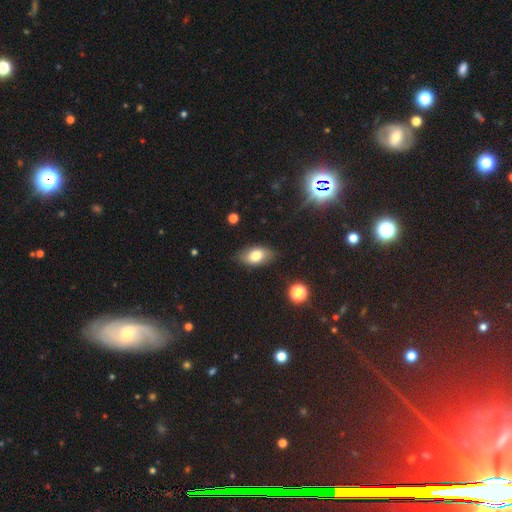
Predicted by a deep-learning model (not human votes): The model was most divided on "smooth or featured": smooth: 76%, featured or disk: 15%, star or artifact: 9%. More confident: how rounded — in between (90%); merging — none (80%).